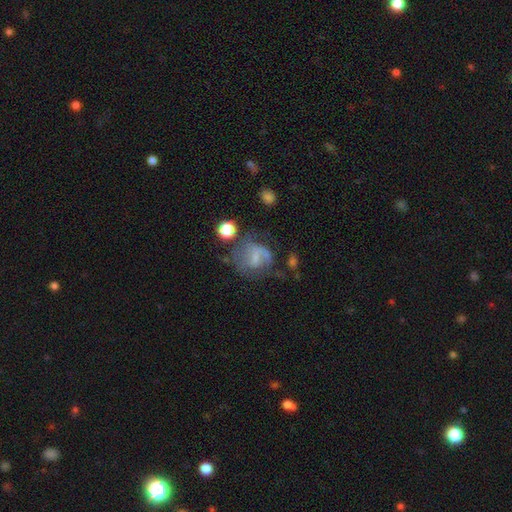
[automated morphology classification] Smooth or featured? featured or disk (46%)
Merging? none (38%)